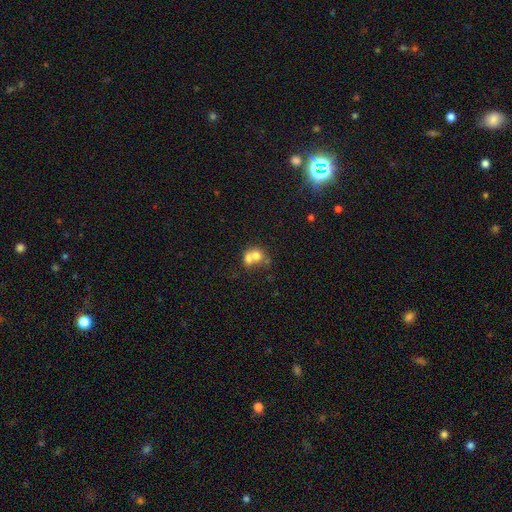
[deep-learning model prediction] smooth_or_featured: smooth (p=0.66) [alt: featured or disk p=0.23]
how_rounded: round (p=0.67) [alt: in between p=0.32]
merging: merger (p=0.67) [alt: none p=0.23]